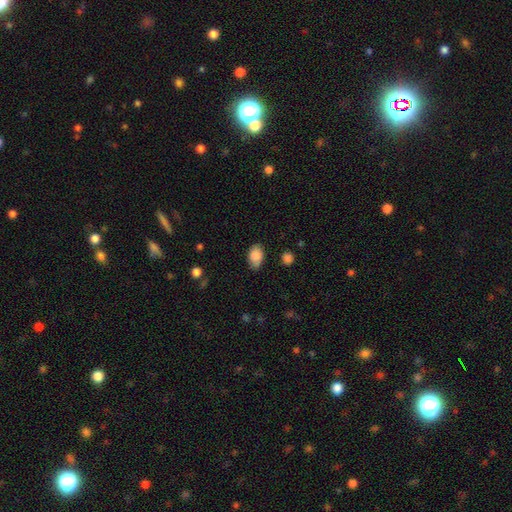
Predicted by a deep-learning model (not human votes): A smooth galaxy with no disk features (85%) that is in between round and cigar-shaped (88%). Merging: none (77%).